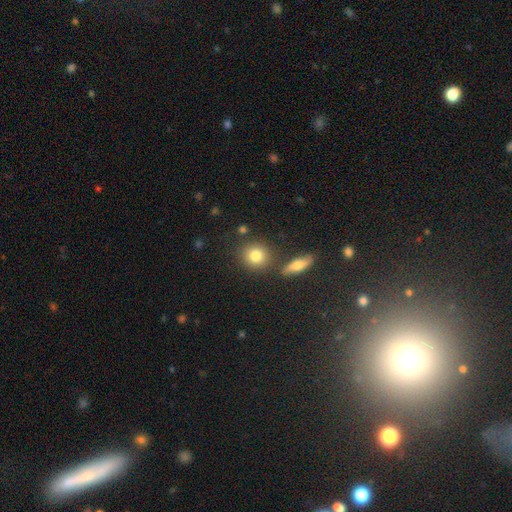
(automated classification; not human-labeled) Q: Smooth or featured?
A: smooth (80%); runner-up: featured or disk (11%)
Q: How rounded?
A: round (83%); runner-up: in between (15%)
Q: Merging?
A: none (78%); runner-up: merger (10%)